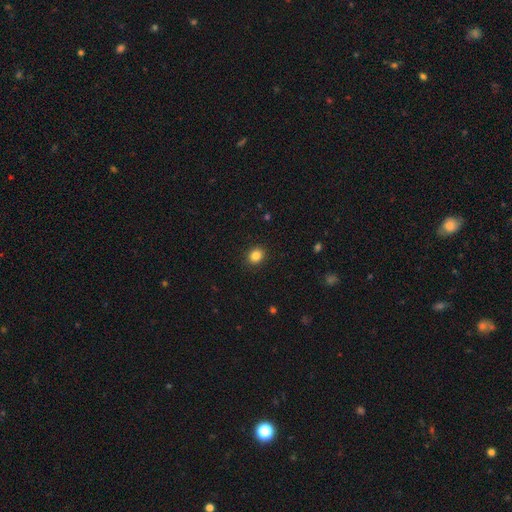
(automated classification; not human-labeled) Smooth or featured? Predicted: smooth (p=0.85). How rounded? Predicted: round (p=0.68). Merging? Predicted: none (p=0.91).